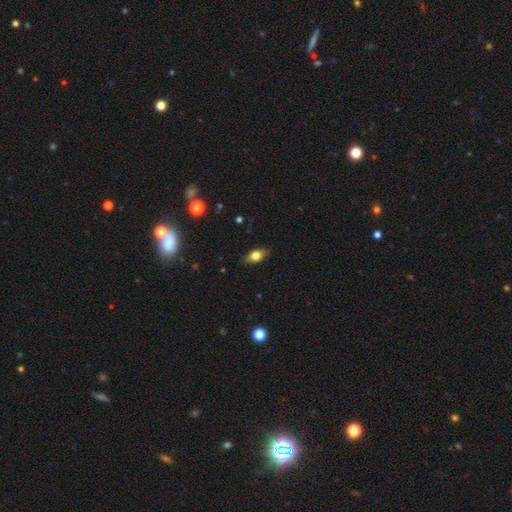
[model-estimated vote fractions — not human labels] Smooth or featured?
  - smooth: 74% *
  - featured or disk: 17%
  - star or artifact: 9%
How rounded?
  - in between: 84% *
  - round: 9%
  - cigar-shaped: 7%
Merging?
  - none: 84% *
  - minor disturbance: 12%
  - major disturbance: 3%
  - merger: 1%